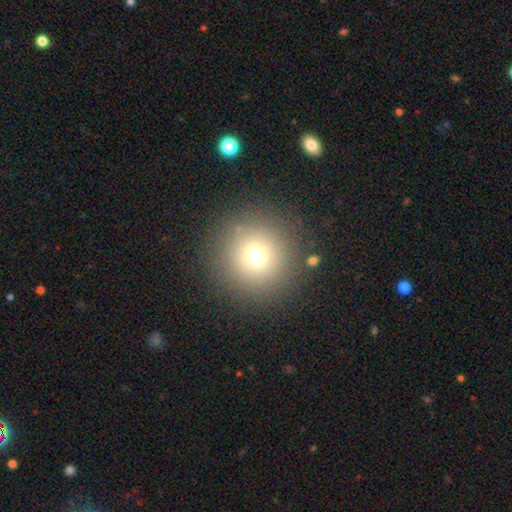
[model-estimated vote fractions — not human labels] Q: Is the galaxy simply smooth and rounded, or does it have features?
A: smooth — 67%.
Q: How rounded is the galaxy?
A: round — 95%.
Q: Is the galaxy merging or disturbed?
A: none — 87%.